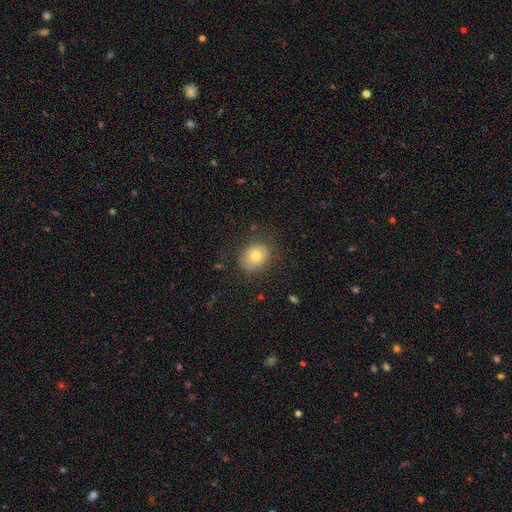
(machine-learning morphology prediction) Smooth or featured: smooth — 67% (featured or disk — 23%)
How rounded: in between — 50% (round — 49%)
Merging: none — 75% (minor disturbance — 17%)